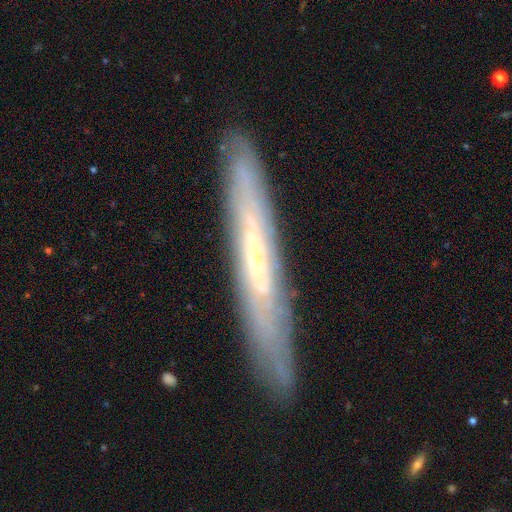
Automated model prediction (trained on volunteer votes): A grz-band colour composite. It shows a featured or disk galaxy (64%) viewed edge-on (77%). Merging: none (85%).